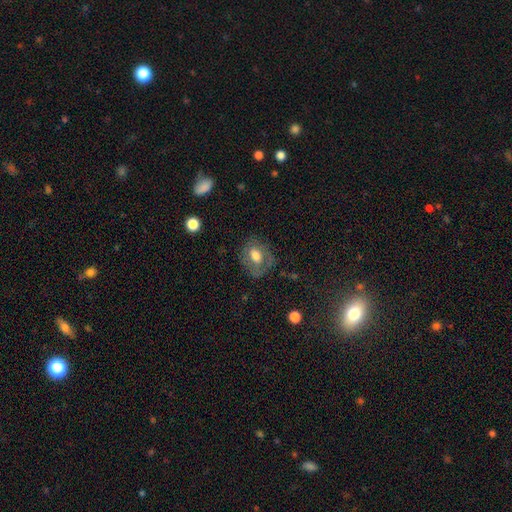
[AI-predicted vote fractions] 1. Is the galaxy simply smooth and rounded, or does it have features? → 53% smooth, 38% featured or disk, 9% star or artifact.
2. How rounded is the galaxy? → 57% in between, 42% round, 1% cigar-shaped.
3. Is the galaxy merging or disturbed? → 63% none, 22% minor disturbance, 13% major disturbance, 2% merger.